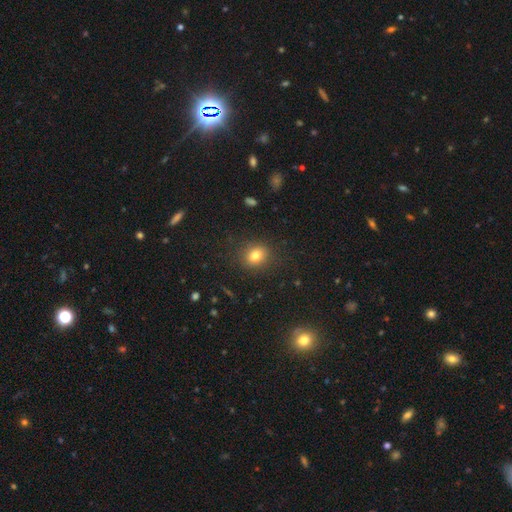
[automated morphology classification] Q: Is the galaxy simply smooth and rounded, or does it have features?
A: smooth — 78%.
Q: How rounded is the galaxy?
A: round — 71%.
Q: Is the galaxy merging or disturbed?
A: none — 88%.